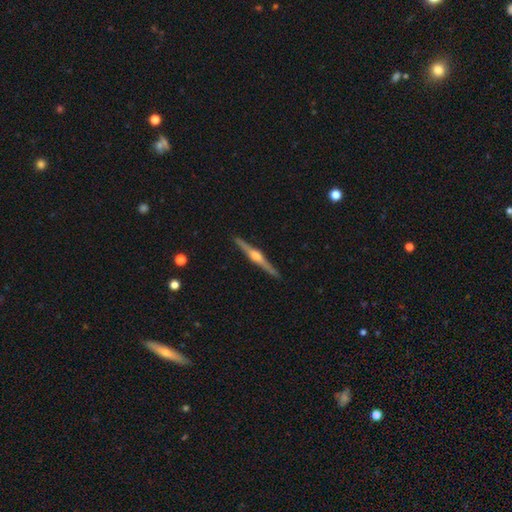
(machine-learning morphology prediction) Smooth or featured: featured or disk — 84% (smooth — 12%)
Edge-on disk: yes — 99% (no — 1%)
Edge-on bulge: rounded — 93% (boxy — 5%)
Merging: none — 92% (minor disturbance — 6%)